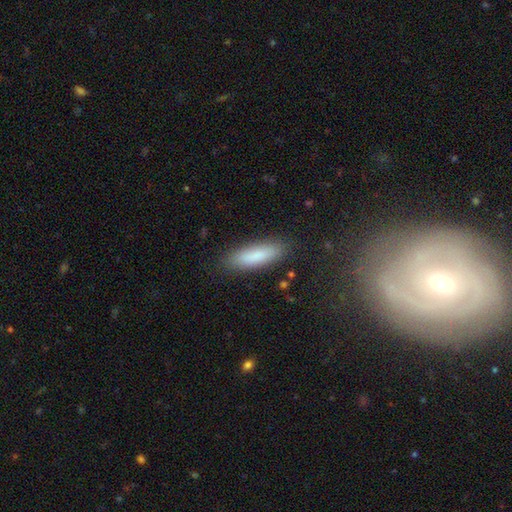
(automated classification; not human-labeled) Overall: smooth (84%). How rounded: cigar-shaped (56%; in between 43%). Merging: none (86%).